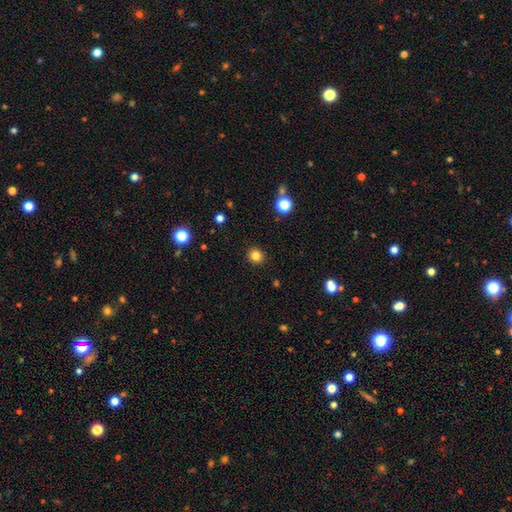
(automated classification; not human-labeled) Overall: smooth (83%). How rounded: round (87%). Merging: none (91%).